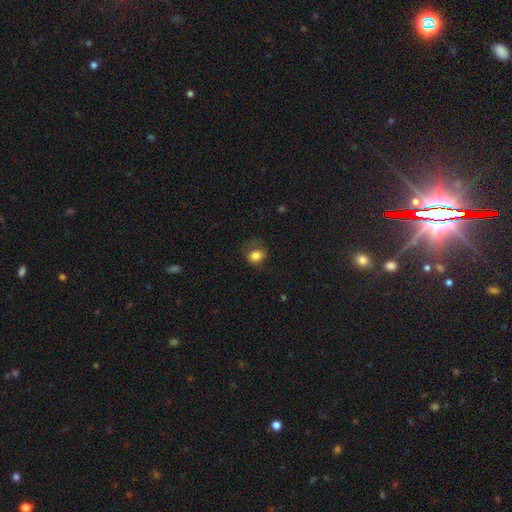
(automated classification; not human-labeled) A smooth galaxy with no disk features (82%) that is round (61%). Merging: none (59%).